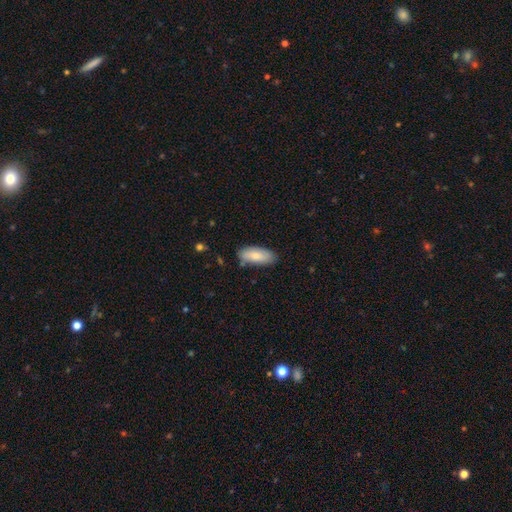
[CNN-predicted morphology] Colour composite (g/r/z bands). It shows a smooth galaxy with no disk features (80%) that is in between round and cigar-shaped (85%). Merging: none (78%).